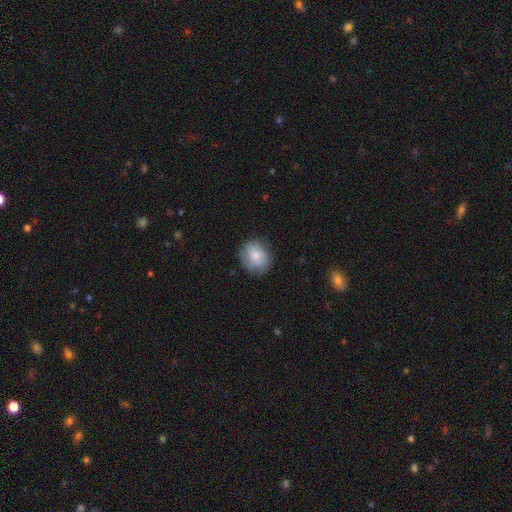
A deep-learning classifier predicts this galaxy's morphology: Overall: smooth (81%). How rounded: round (79%). Merging: none (80%).